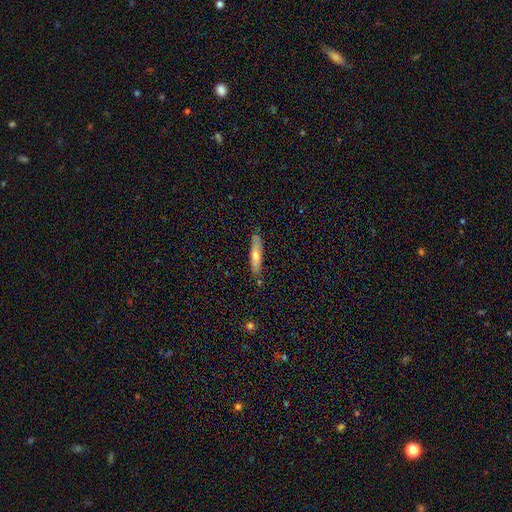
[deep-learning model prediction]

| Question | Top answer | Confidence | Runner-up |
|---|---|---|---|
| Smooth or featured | smooth | 57% | featured or disk (37%) |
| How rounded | cigar-shaped | 84% | in between (15%) |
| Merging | none | 83% | minor disturbance (13%) |